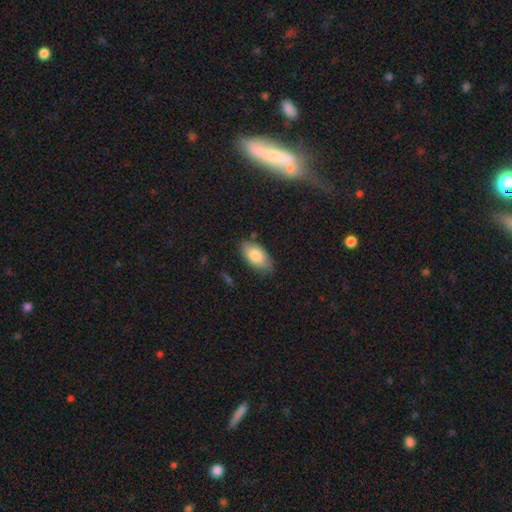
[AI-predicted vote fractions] Smooth or featured? smooth (80%)
How rounded? in between (94%)
Merging? none (77%)